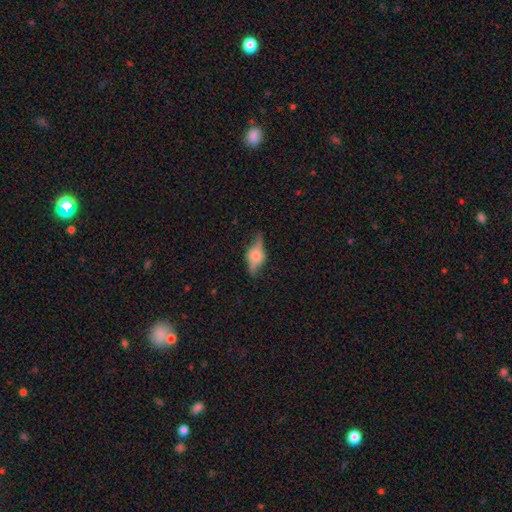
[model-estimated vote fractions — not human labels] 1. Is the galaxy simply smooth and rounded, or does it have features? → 63% featured or disk, 28% smooth, 9% star or artifact.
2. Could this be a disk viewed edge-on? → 85% yes, 15% no.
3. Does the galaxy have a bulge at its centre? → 86% rounded, 12% boxy, 2% none.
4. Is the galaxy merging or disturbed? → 71% none, 20% minor disturbance, 8% major disturbance, 2% merger.